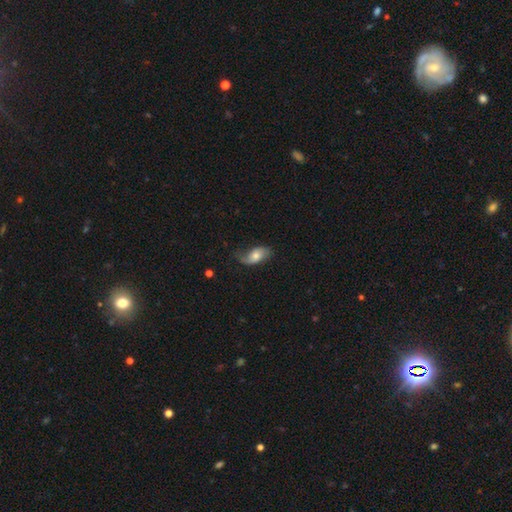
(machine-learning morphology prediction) The model was most divided on "merging": none: 53%, minor disturbance: 33%, major disturbance: 12%, merger: 2%. More confident: how rounded — in between (91%); smooth or featured — smooth (60%).